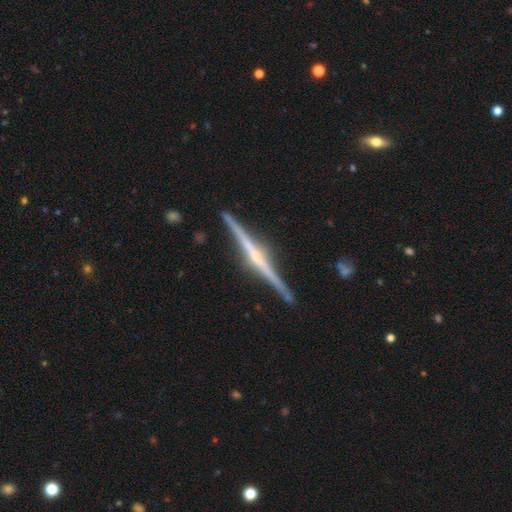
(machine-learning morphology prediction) type=featured or disk (86%); edge-on=yes (99%); edge-on bulge=rounded (66%); merging=none (90%).